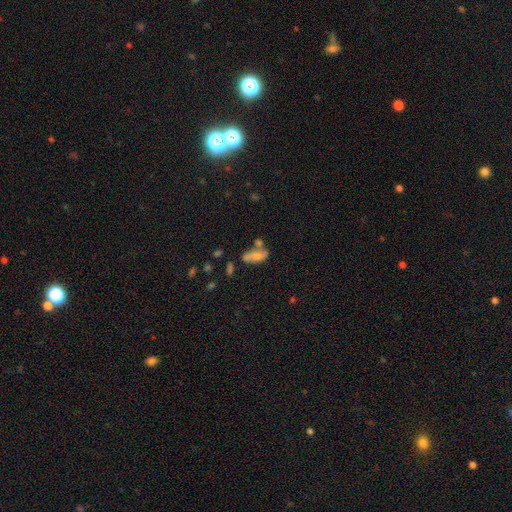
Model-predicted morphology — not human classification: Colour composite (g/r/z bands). It shows a smooth galaxy with no disk features (56%) that is in between round and cigar-shaped (83%). Merging: none (44%).